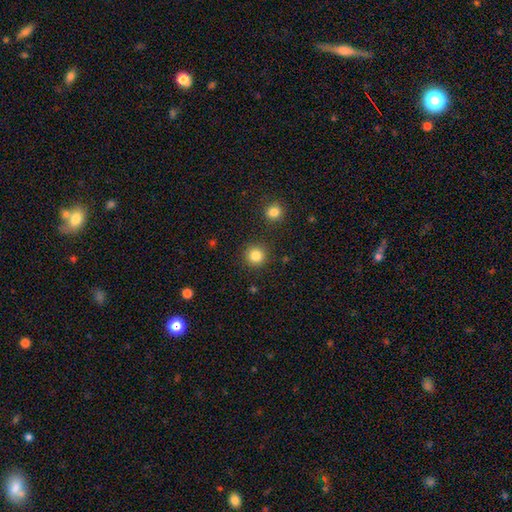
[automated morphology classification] smooth 85%, star or artifact 11%, featured or disk 4%. Down the decision tree: how rounded — round (94%); merging — none (89%).